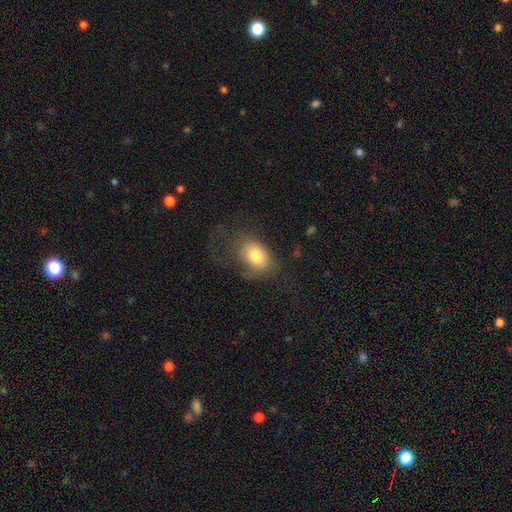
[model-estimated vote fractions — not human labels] Morphology: type=smooth (75%); roundness=in between (79%); merging=none (47%).